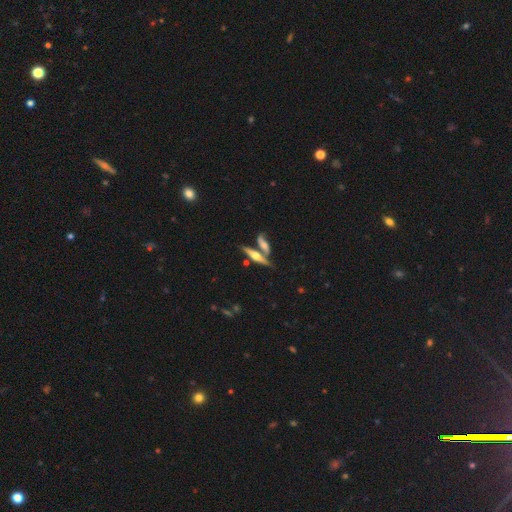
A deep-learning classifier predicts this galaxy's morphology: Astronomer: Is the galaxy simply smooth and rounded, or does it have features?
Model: featured or disk — 66%.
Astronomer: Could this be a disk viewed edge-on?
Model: yes — 94%.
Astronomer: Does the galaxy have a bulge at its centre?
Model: rounded — 89%.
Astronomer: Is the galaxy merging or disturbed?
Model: none — 59%.